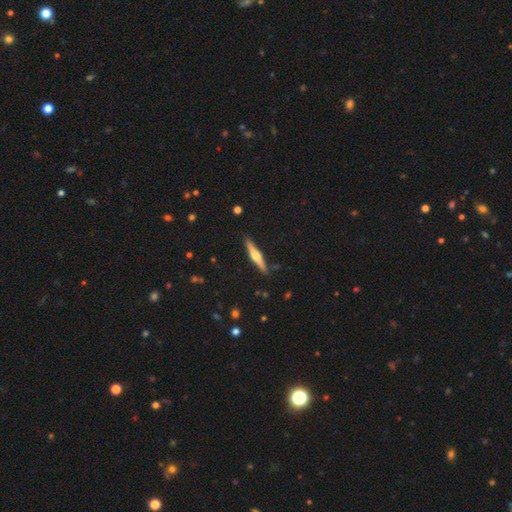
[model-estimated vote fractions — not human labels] Smooth or featured: featured or disk — 58% (smooth — 36%)
Edge-on disk: yes — 96% (no — 4%)
Edge-on bulge: rounded — 89% (none — 6%)
Merging: none — 89% (minor disturbance — 8%)